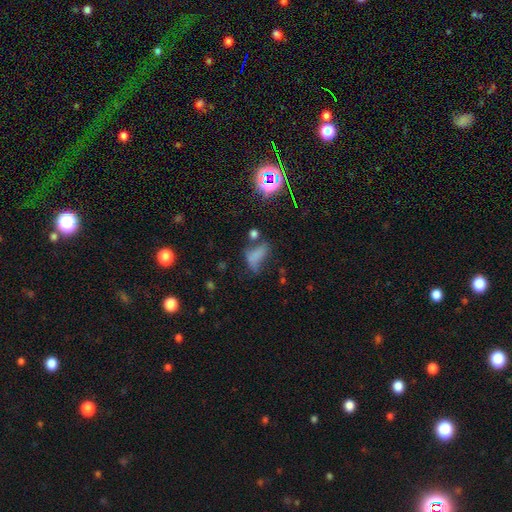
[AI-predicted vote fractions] This is possibly a smooth galaxy (60%). How rounded: clearly in between (80%). Merging: marginally major disturbance (30%, tied with none).